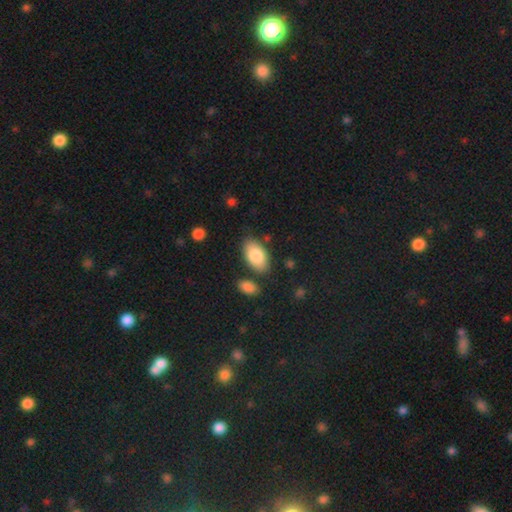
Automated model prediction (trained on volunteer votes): Smooth or featured?
  - smooth: 85% *
  - featured or disk: 9%
  - star or artifact: 6%
How rounded?
  - in between: 95% *
  - round: 3%
  - cigar-shaped: 2%
Merging?
  - none: 78% *
  - minor disturbance: 13%
  - merger: 6%
  - major disturbance: 3%